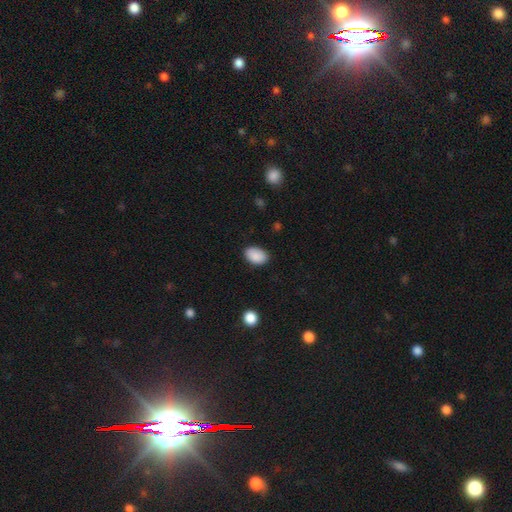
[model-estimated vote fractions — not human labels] Smooth or featured?
  - smooth: 89% *
  - star or artifact: 7%
  - featured or disk: 3%
How rounded?
  - in between: 89% *
  - round: 9%
  - cigar-shaped: 1%
Merging?
  - none: 85% *
  - minor disturbance: 12%
  - major disturbance: 2%
  - merger: 1%